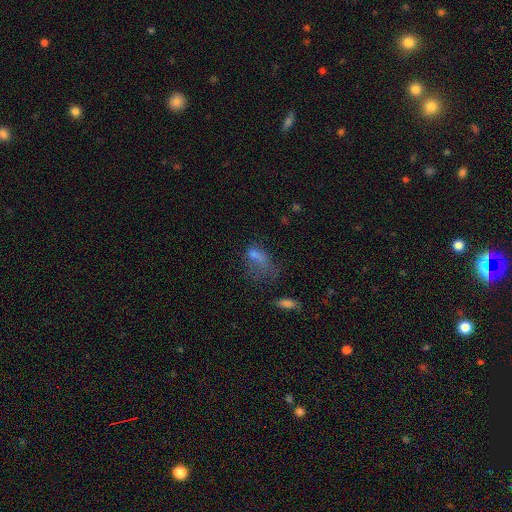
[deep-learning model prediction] The model was most divided on "merging": major disturbance: 45%, none: 24%, minor disturbance: 19%, merger: 11%. More confident: how rounded — in between (75%); smooth or featured — smooth (57%).